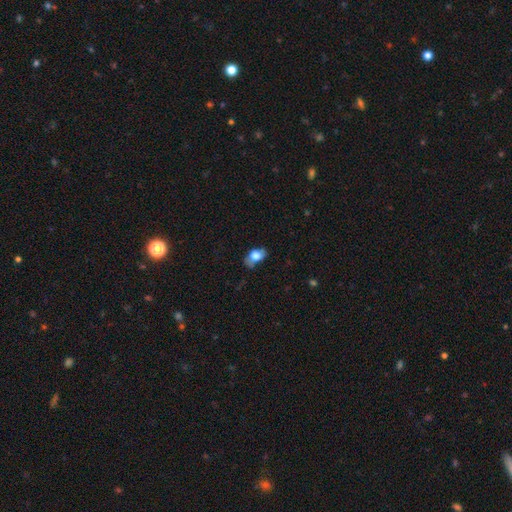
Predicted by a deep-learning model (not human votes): Morphology: type=smooth (71%); roundness=in between (84%); merging=none (49%).